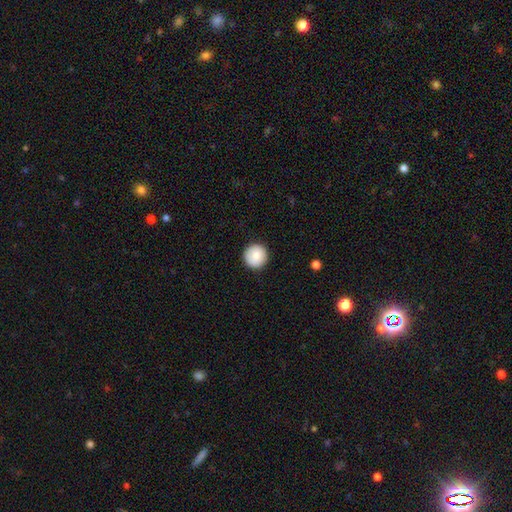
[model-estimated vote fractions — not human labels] Q: Smooth or featured?
A: smooth (85%); runner-up: featured or disk (8%)
Q: How rounded?
A: round (96%); runner-up: in between (3%)
Q: Merging?
A: none (92%); runner-up: minor disturbance (6%)